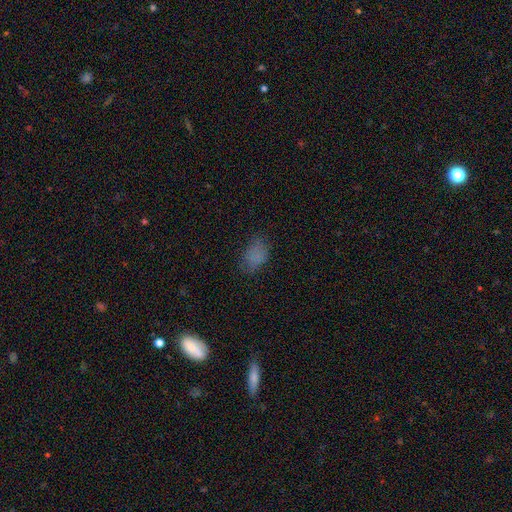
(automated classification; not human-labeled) A smooth galaxy with no disk features (75%) that is in between round and cigar-shaped (84%). Merging: none (62%).